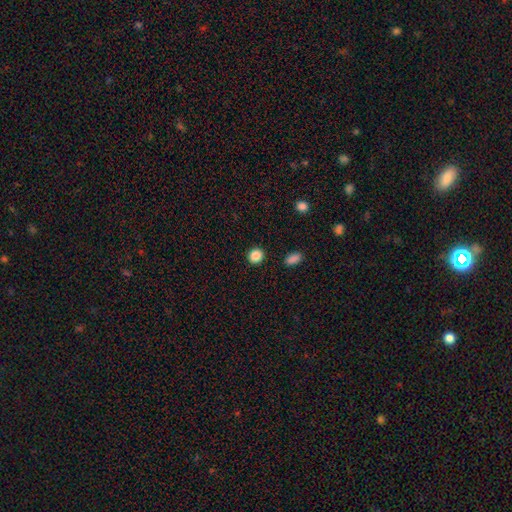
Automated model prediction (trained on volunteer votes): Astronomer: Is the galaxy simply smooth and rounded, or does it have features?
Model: smooth — 87%.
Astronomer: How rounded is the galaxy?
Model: round — 82%.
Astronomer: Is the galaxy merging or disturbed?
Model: none — 91%.